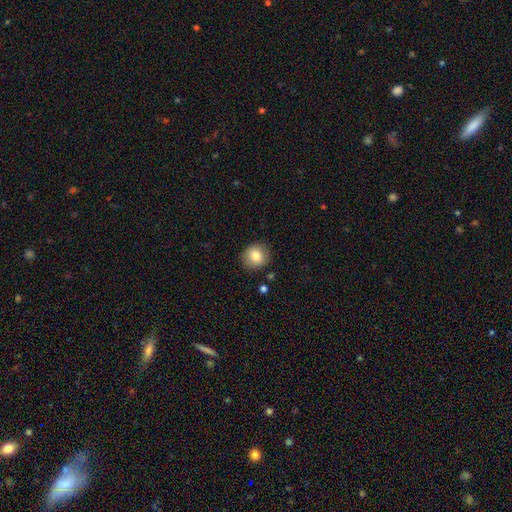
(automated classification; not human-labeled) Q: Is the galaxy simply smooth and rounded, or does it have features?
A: smooth — 82%.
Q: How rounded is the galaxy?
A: round — 86%.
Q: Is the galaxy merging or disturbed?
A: none — 88%.